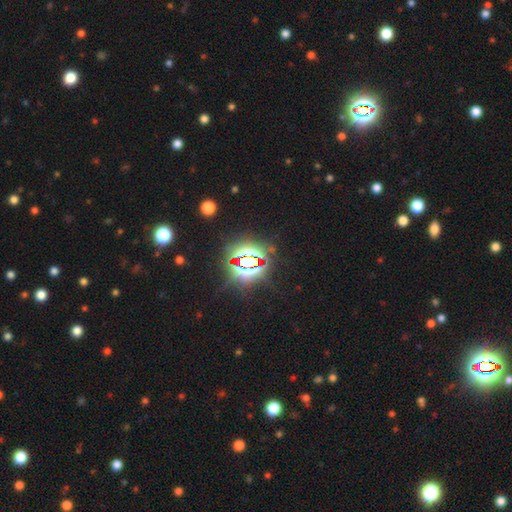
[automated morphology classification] Smooth or featured? Predicted: star or artifact (p=0.85).